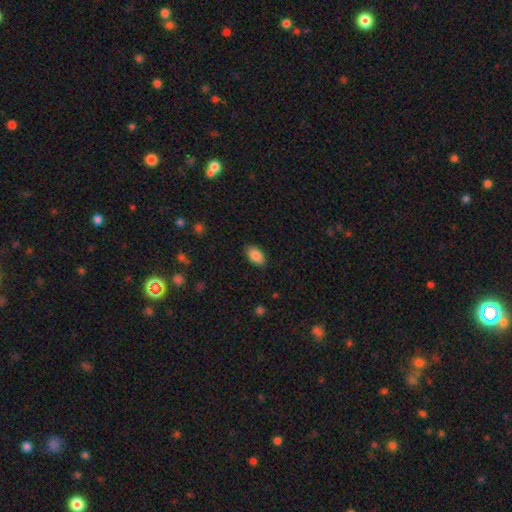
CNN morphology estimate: A smooth galaxy with no disk features (87%) that is in between round and cigar-shaped (93%). Merging: none (87%).